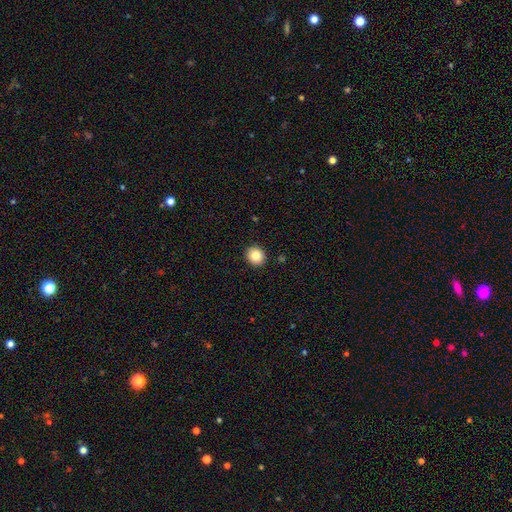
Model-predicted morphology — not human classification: smooth 84%, star or artifact 9%, featured or disk 7%. Down the decision tree: how rounded — round (81%); merging — none (92%).